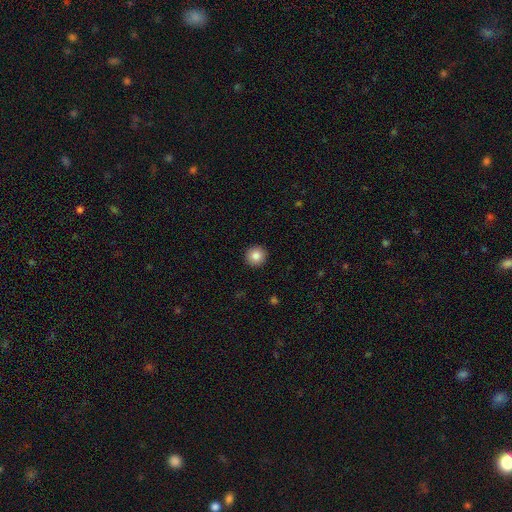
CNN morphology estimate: Smooth or featured? Predicted: smooth (p=0.85). How rounded? Predicted: round (p=0.95). Merging? Predicted: none (p=0.93).